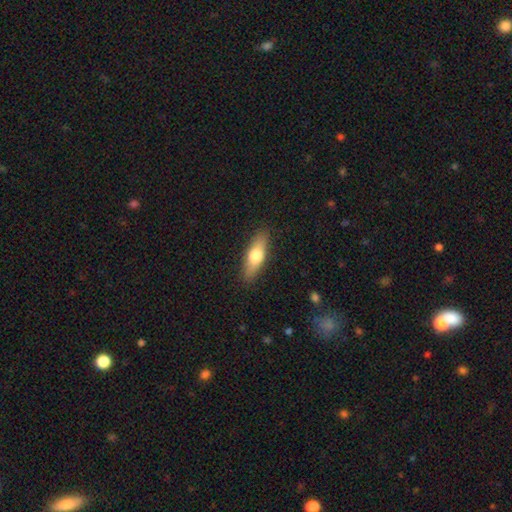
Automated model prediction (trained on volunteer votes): This is likely a smooth galaxy (62%). How rounded: possibly in between (51%). Merging: clearly none (88%).